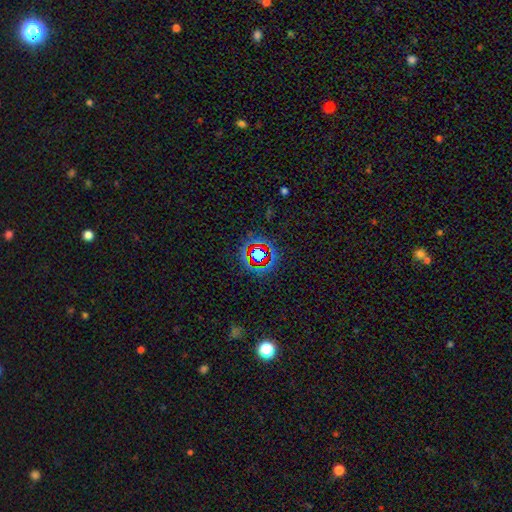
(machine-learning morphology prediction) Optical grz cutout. It shows a star or artifact, not a galaxy (69%).